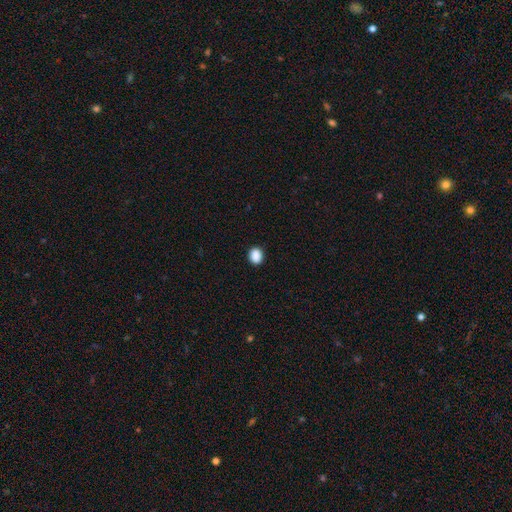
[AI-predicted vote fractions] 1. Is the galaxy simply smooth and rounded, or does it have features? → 89% smooth, 9% star or artifact, 2% featured or disk.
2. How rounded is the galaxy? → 56% round, 43% in between, 1% cigar-shaped.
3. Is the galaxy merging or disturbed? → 90% none, 7% minor disturbance, 2% major disturbance, 1% merger.